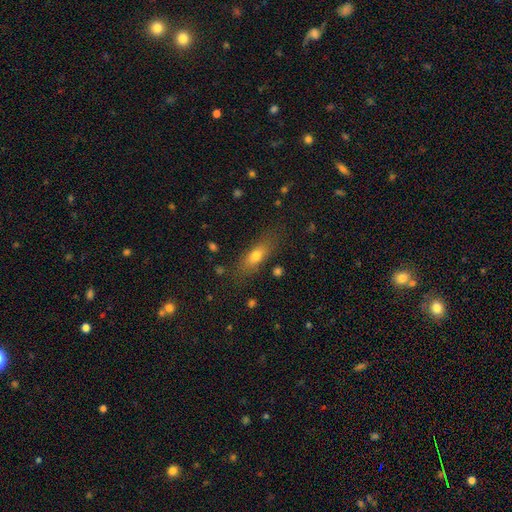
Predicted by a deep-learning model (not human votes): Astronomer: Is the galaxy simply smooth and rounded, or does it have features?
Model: smooth — 71%.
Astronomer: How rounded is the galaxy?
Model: in between — 64%.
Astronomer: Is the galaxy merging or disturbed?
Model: none — 76%.